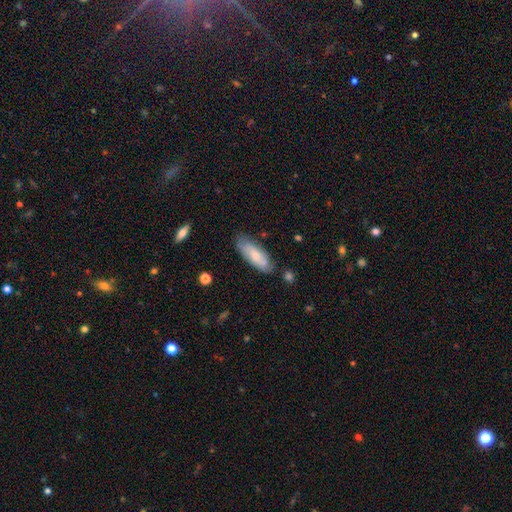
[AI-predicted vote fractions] Morphology: type=smooth (69%); roundness=in between (65%); merging=none (73%).